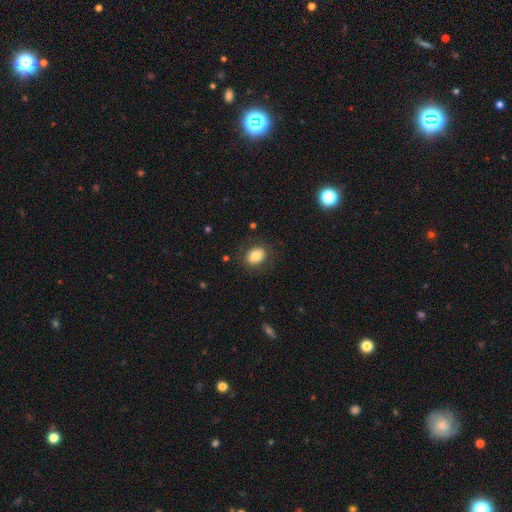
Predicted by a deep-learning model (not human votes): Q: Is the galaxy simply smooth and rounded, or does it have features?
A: smooth — 81%.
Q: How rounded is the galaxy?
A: in between — 62%.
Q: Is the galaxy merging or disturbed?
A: none — 84%.